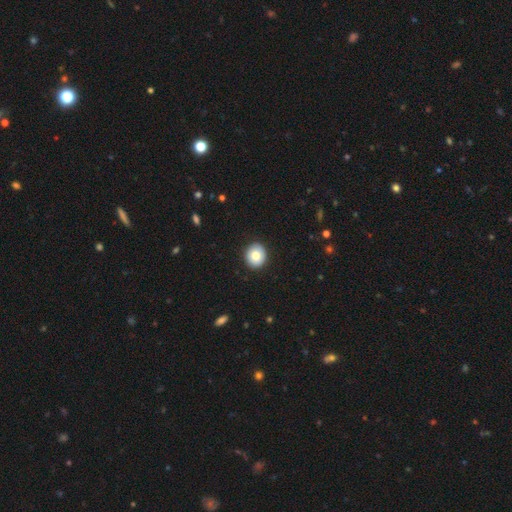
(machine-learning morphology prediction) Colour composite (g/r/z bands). It shows a smooth galaxy with no disk features (77%) that is round (82%). Merging: none (92%).